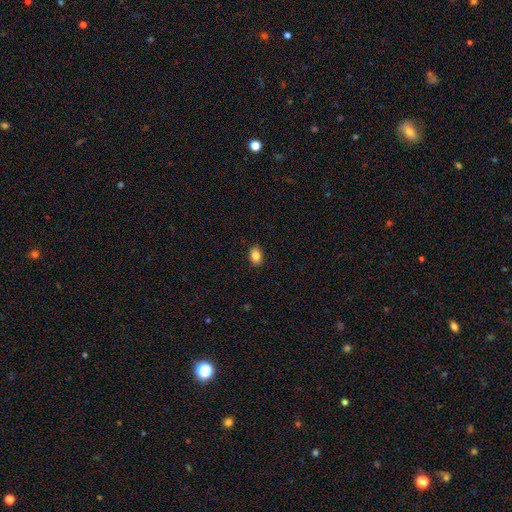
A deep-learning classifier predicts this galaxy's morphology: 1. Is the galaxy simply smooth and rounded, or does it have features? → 87% smooth, 8% star or artifact, 5% featured or disk.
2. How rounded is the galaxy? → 86% in between, 13% round, 1% cigar-shaped.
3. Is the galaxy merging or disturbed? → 89% none, 8% minor disturbance, 2% major disturbance, 1% merger.